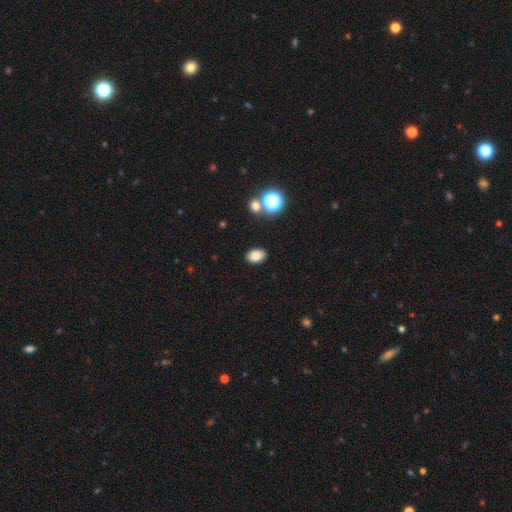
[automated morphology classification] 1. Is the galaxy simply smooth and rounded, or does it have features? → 84% smooth, 11% star or artifact, 5% featured or disk.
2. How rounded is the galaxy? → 83% in between, 16% round, 1% cigar-shaped.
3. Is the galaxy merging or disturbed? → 87% none, 8% minor disturbance, 2% major disturbance, 2% merger.